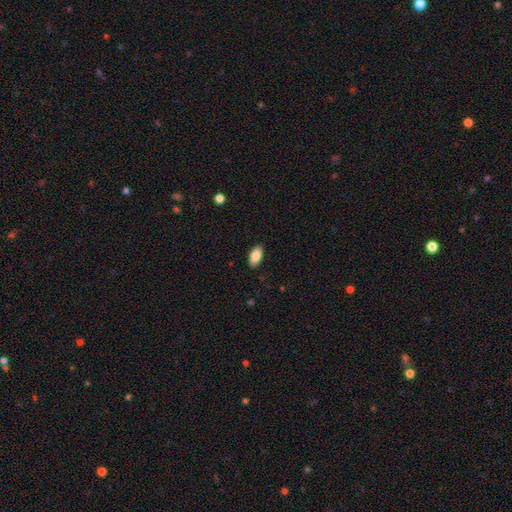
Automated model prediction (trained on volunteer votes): Smooth or featured: smooth — 87% (star or artifact — 7%)
How rounded: in between — 93% (cigar-shaped — 4%)
Merging: none — 88% (minor disturbance — 9%)